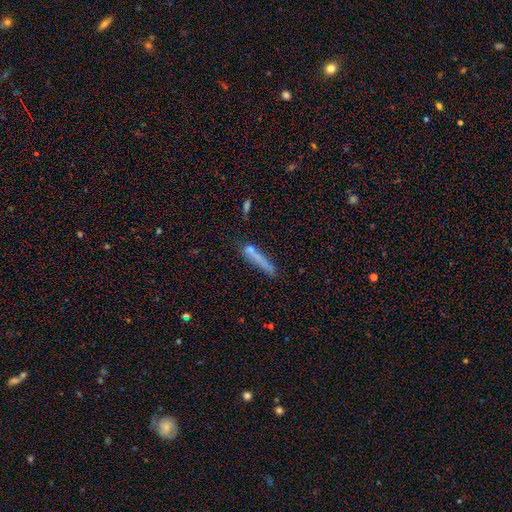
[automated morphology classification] Smooth or featured: smooth — 63% (featured or disk — 26%)
How rounded: cigar-shaped — 90% (in between — 7%)
Merging: none — 62% (minor disturbance — 19%)